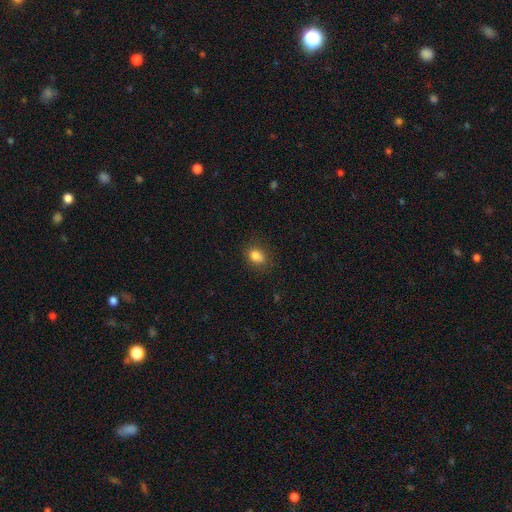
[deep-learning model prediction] Morphology: type=smooth (82%); roundness=in between (63%); merging=none (76%).